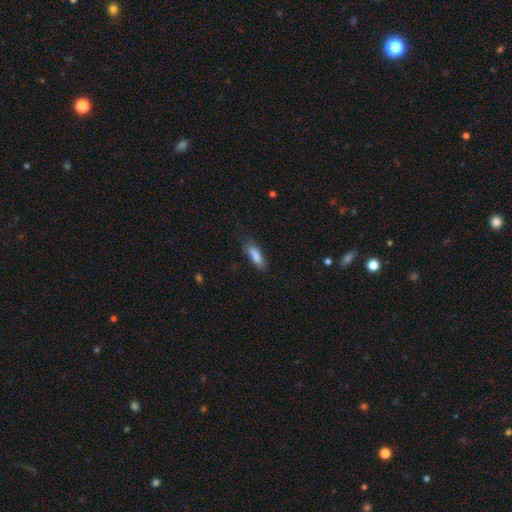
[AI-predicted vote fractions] Morphology: type=smooth (84%); roundness=in between (56%); merging=none (65%).